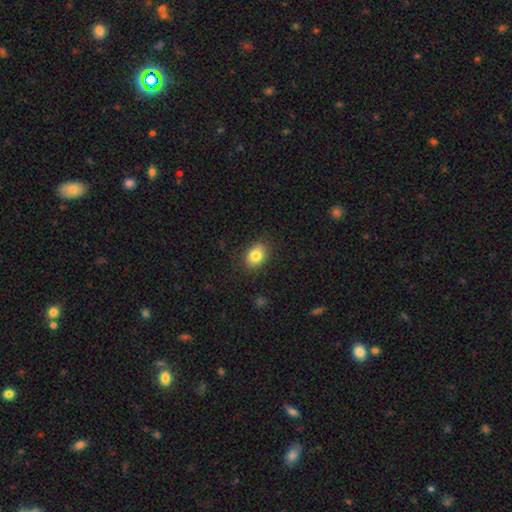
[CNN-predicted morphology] Smooth or featured?
  - smooth: 83% *
  - star or artifact: 9%
  - featured or disk: 8%
How rounded?
  - in between: 66% *
  - round: 33%
  - cigar-shaped: 1%
Merging?
  - none: 85% *
  - minor disturbance: 11%
  - major disturbance: 3%
  - merger: 1%